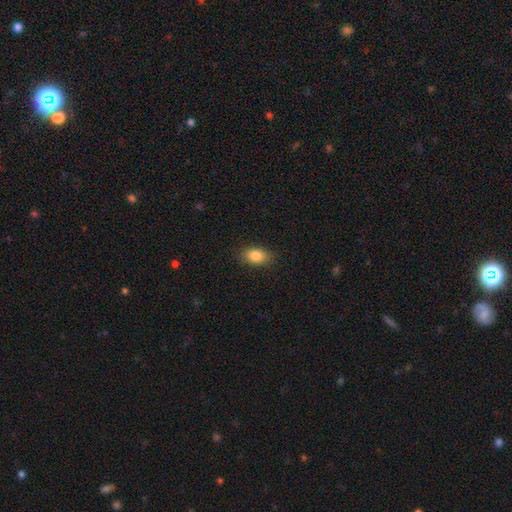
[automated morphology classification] A smooth galaxy with no disk features (85%) that is in between round and cigar-shaped (87%). Merging: none (86%).